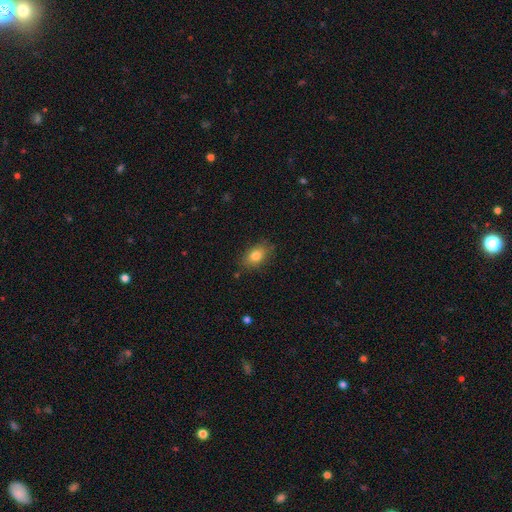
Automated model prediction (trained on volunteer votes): A smooth galaxy with no disk features (81%) that is in between round and cigar-shaped (80%). Merging: none (81%).